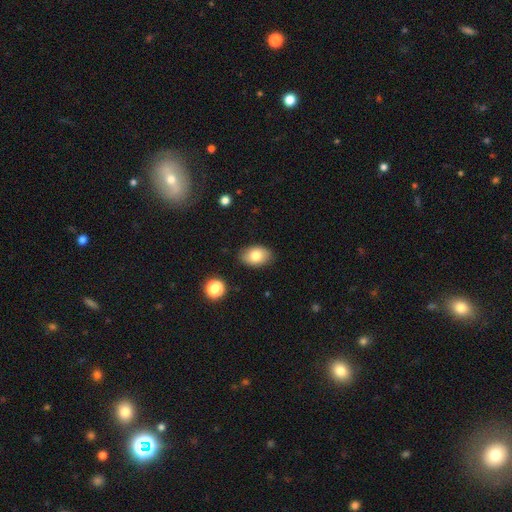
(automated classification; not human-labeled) Smooth or featured? smooth (81%)
How rounded? in between (84%)
Merging? none (85%)